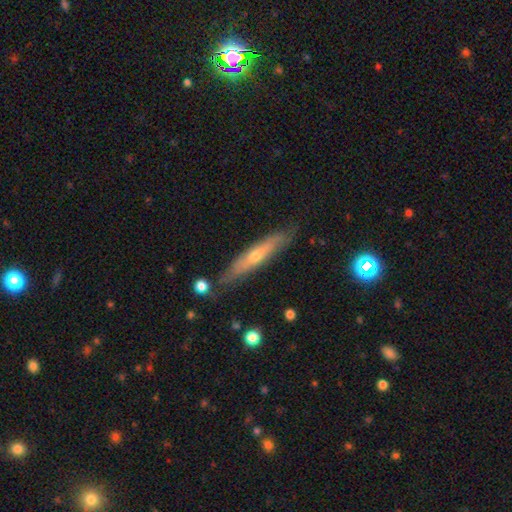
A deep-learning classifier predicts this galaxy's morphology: smooth-or-featured: featured or disk: 53% | smooth: 41% | star or artifact: 6%
  disk-edge-on: yes: 82% | no: 18%
  merging: none: 81% | minor disturbance: 14% | major disturbance: 3% | merger: 2%